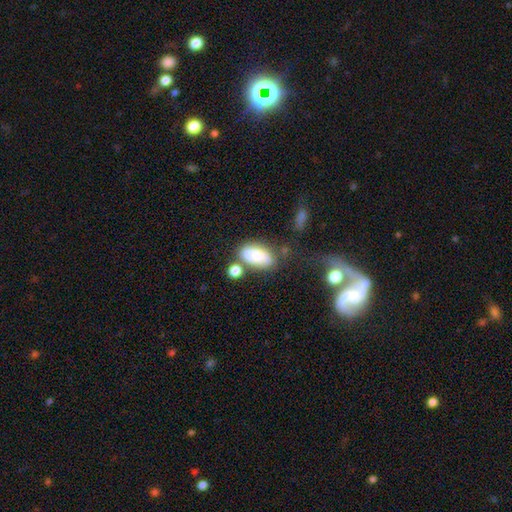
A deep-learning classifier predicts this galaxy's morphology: Smooth or featured: smooth — 71% (featured or disk — 20%)
How rounded: in between — 91% (round — 6%)
Merging: none — 54% (minor disturbance — 19%)